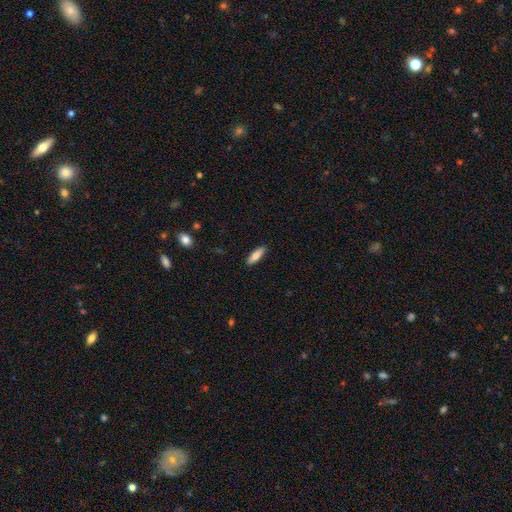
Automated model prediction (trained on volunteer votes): Smooth or featured: smooth — 79% (featured or disk — 15%)
How rounded: in between — 54% (cigar-shaped — 44%)
Merging: none — 89% (minor disturbance — 8%)